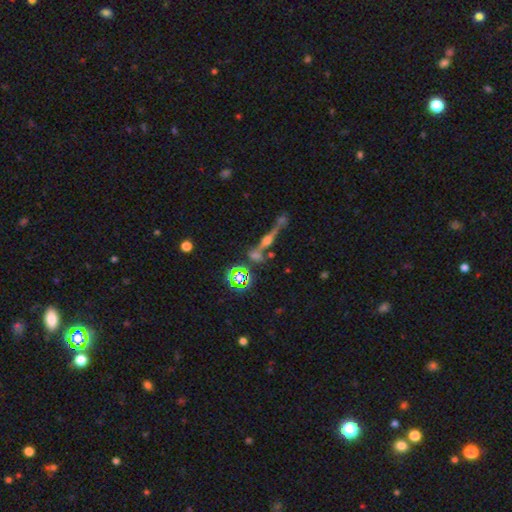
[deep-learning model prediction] The model was most divided on "smooth or featured": featured or disk: 49%, star or artifact: 30%, smooth: 20%. More confident: merging — none (54%).